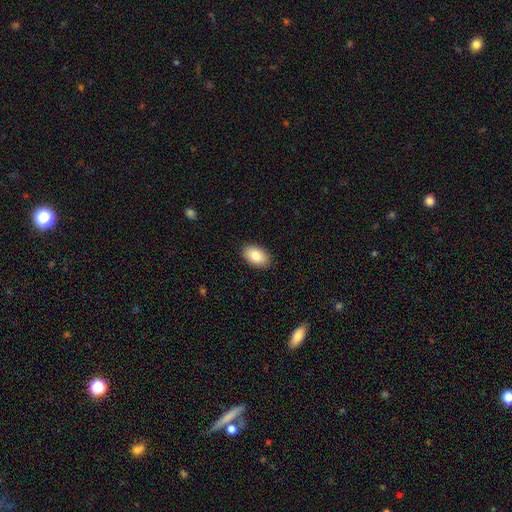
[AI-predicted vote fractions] Smooth or featured: smooth — 84% (featured or disk — 9%)
How rounded: in between — 92% (round — 6%)
Merging: none — 89% (minor disturbance — 8%)